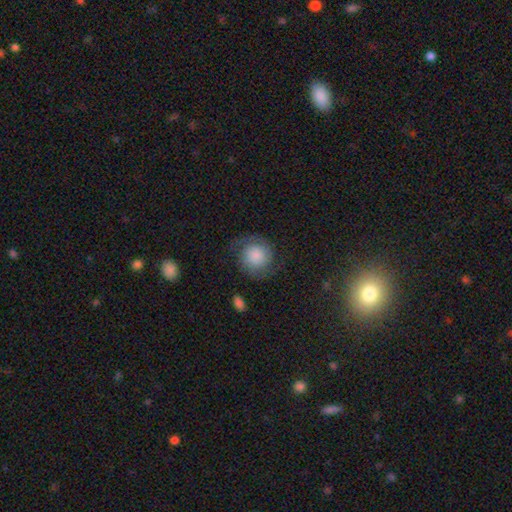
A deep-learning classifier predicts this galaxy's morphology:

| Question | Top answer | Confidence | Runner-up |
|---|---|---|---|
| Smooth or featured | featured or disk | 47% | smooth (44%) |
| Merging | none | 74% | minor disturbance (15%) |